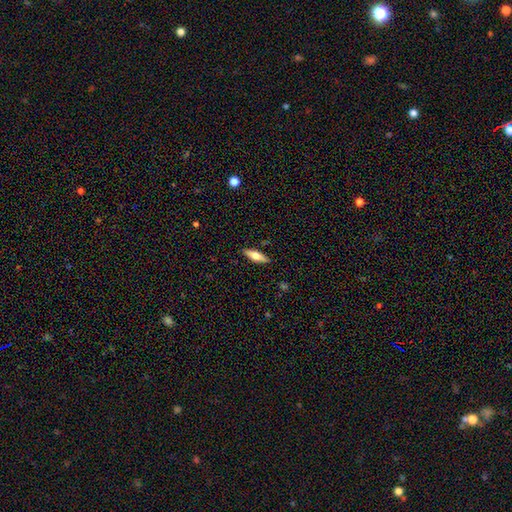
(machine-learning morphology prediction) Overall: smooth (56%; featured or disk 38%). How rounded: in between (49%, tied with cigar-shaped). Merging: none (88%).